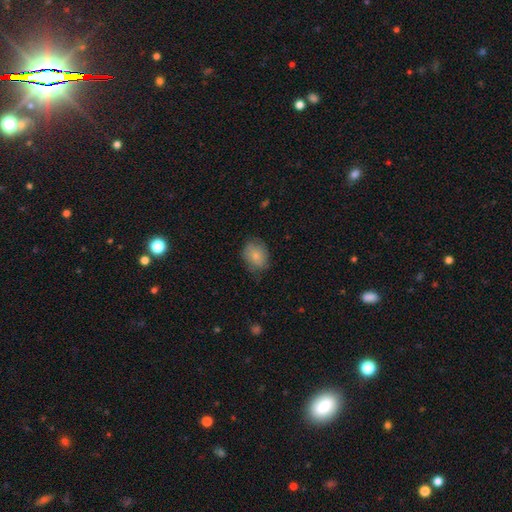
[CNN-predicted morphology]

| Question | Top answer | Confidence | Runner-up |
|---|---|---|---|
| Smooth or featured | smooth | 80% | featured or disk (13%) |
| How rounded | in between | 56% | round (43%) |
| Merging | none | 67% | minor disturbance (25%) |